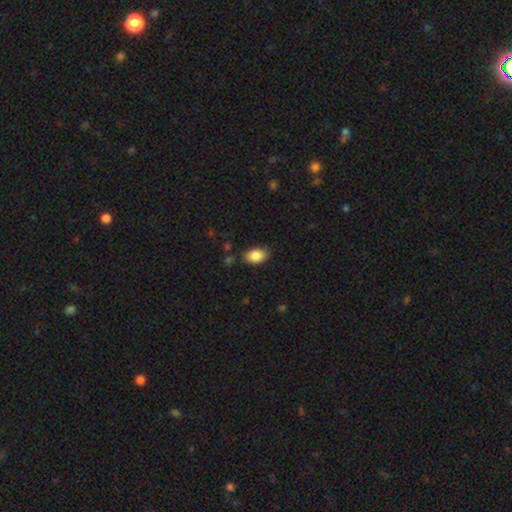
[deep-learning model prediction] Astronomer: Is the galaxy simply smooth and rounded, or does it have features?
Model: smooth — 86%.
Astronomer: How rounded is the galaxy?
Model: in between — 87%.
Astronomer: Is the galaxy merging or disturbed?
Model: none — 78%.